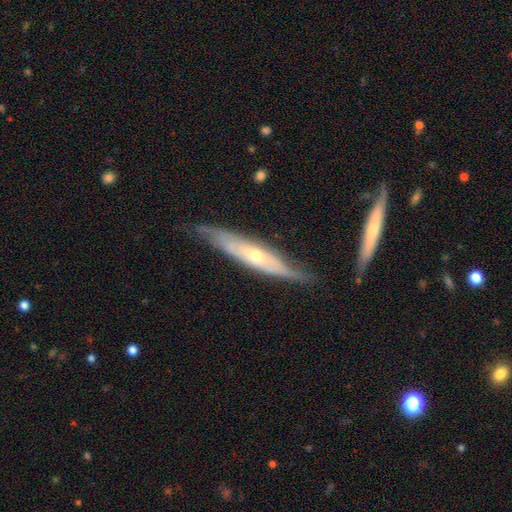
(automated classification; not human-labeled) Q: Smooth or featured?
A: featured or disk (71%); runner-up: smooth (23%)
Q: Edge-on disk?
A: yes (64%); runner-up: no (36%)
Q: Merging?
A: none (71%); runner-up: minor disturbance (21%)